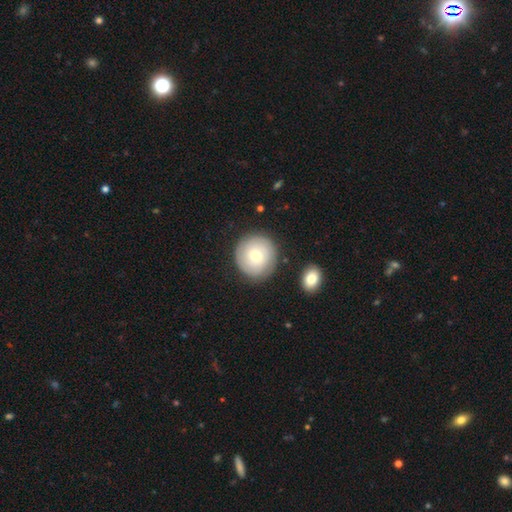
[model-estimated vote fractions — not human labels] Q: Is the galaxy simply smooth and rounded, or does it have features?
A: smooth — 58%.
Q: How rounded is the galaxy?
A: round — 92%.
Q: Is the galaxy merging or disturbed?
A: none — 82%.